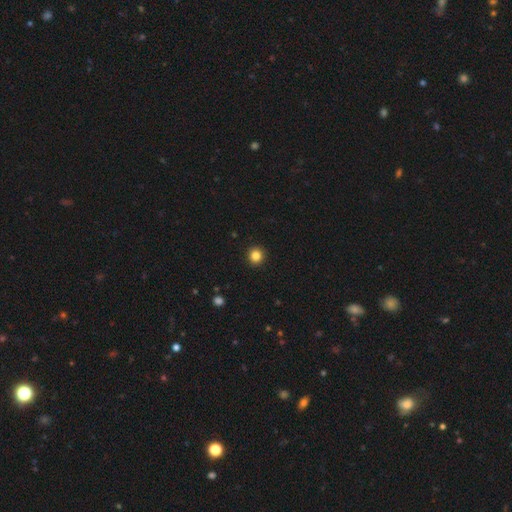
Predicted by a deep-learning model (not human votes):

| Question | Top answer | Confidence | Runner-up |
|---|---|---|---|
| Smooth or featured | smooth | 84% | star or artifact (12%) |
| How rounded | round | 94% | in between (5%) |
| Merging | none | 93% | minor disturbance (4%) |